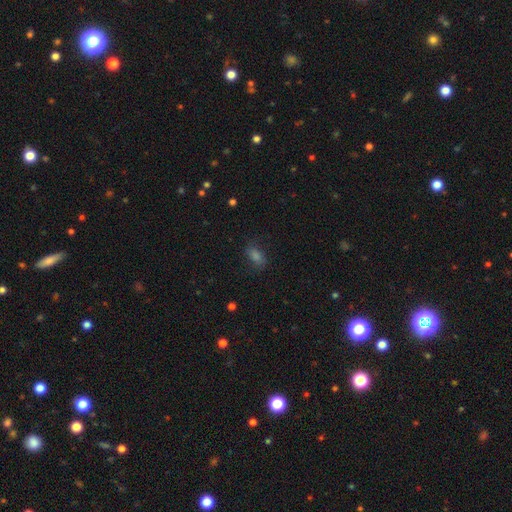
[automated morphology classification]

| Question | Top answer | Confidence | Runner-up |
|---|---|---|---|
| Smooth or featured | smooth | 63% | star or artifact (23%) |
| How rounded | in between | 81% | round (10%) |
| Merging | none | 77% | minor disturbance (15%) |